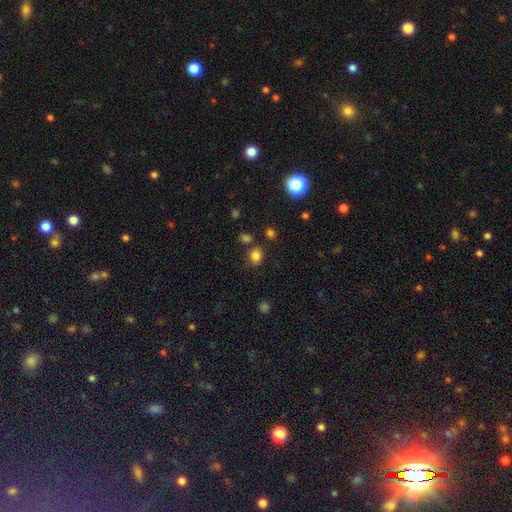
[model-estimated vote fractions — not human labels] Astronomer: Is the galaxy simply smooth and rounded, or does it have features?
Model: smooth — 80%.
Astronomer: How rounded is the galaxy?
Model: round — 55% (runner-up: in between, 44%).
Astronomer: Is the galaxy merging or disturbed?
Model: none — 75%.